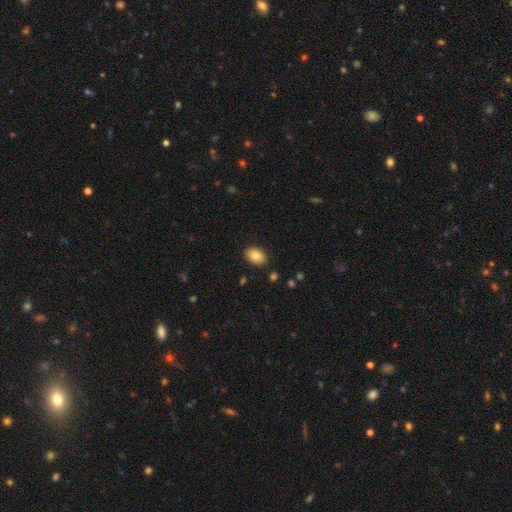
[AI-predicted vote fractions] Smooth or featured: smooth — 86% (star or artifact — 7%)
How rounded: in between — 84% (round — 15%)
Merging: none — 88% (minor disturbance — 8%)